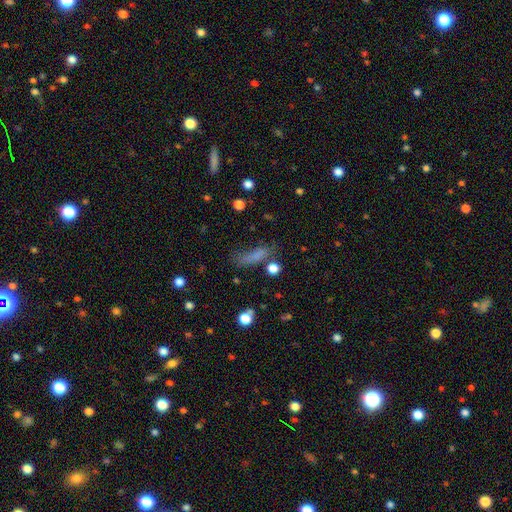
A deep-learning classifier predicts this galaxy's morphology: A smooth galaxy with no disk features (71%) that is cigar-shaped (49%).

Vote fractions:
- Smooth or featured? smooth: 71% / star or artifact: 16% / featured or disk: 13%
- How rounded? cigar-shaped: 49% / in between: 46% / round: 6%
- Merging? none: 48% / minor disturbance: 26% / major disturbance: 20% / merger: 7%